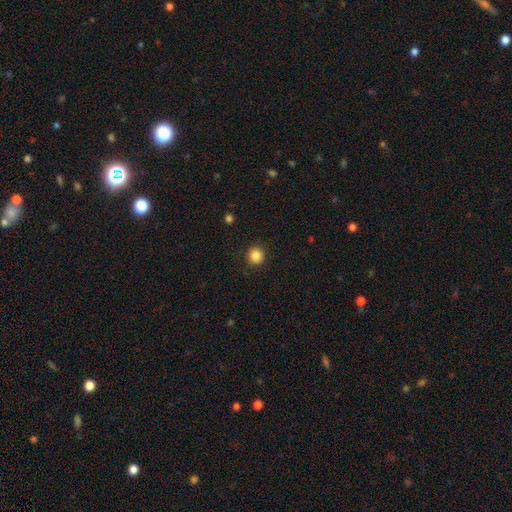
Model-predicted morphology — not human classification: Q: Smooth or featured?
A: smooth (86%); runner-up: star or artifact (11%)
Q: How rounded?
A: round (93%); runner-up: in between (7%)
Q: Merging?
A: none (91%); runner-up: minor disturbance (6%)